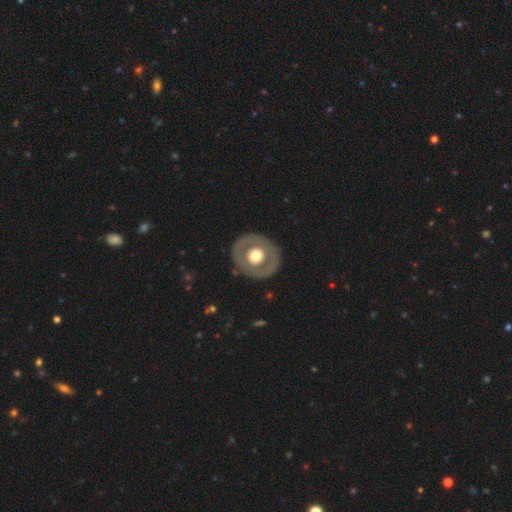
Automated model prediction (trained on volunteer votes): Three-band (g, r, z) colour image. It shows a featured or disk galaxy (50%). Merging: none (86%).